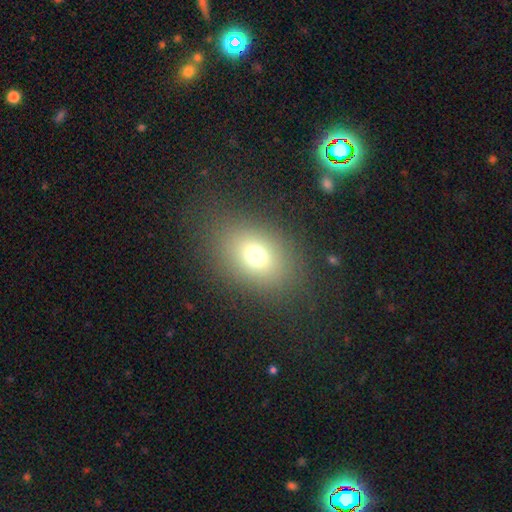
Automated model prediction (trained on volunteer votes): smooth_or_featured: smooth (p=0.71) [alt: star or artifact p=0.16]
how_rounded: in between (p=0.67) [alt: round p=0.32]
merging: none (p=0.82) [alt: minor disturbance p=0.10]